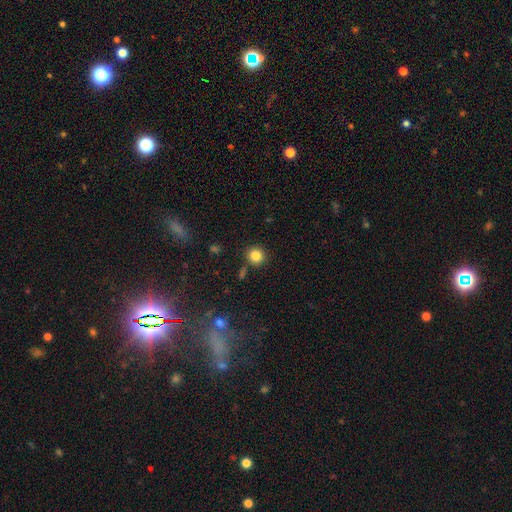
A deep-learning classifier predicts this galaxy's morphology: Smooth or featured? smooth (83%)
How rounded? round (91%)
Merging? none (85%)